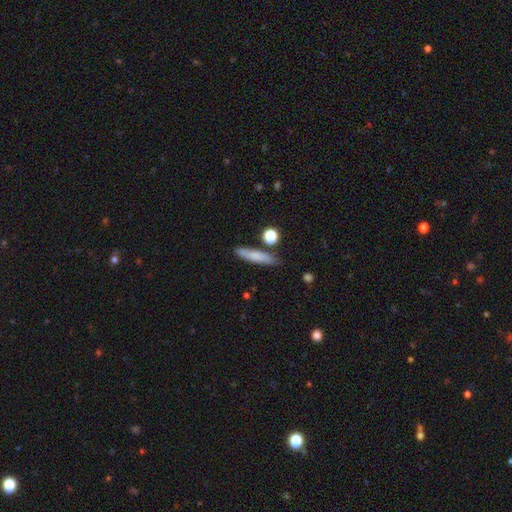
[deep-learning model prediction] Smooth or featured?
  - smooth: 73% *
  - featured or disk: 19%
  - star or artifact: 8%
How rounded?
  - cigar-shaped: 84% *
  - in between: 13%
  - round: 3%
Merging?
  - none: 80% *
  - minor disturbance: 12%
  - merger: 5%
  - major disturbance: 3%